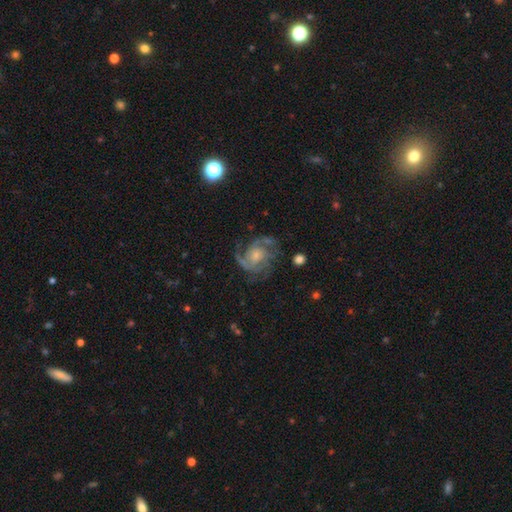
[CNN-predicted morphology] Smooth or featured? Predicted: featured or disk (p=0.88). Edge-on disk? Predicted: no (p=0.98). Bar? Predicted: no (p=0.69). Spiral arms? Predicted: yes (p=0.97). Spiral winding? Predicted: medium (p=0.46). Spiral arm count? Predicted: 3 (p=0.39). Bulge size? Predicted: small (p=0.46). Merging? Predicted: none (p=0.67).